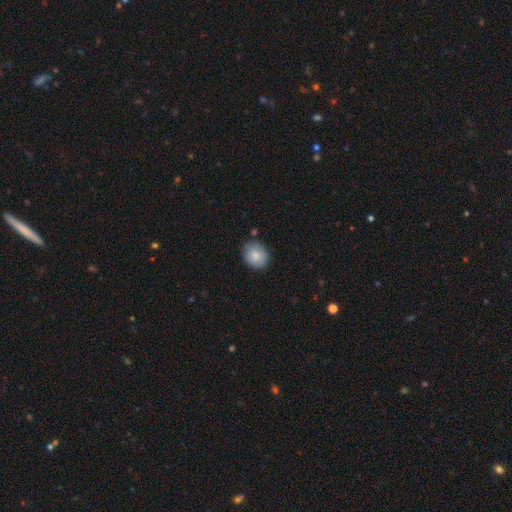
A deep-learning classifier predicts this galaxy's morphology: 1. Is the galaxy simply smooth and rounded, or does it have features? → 82% smooth, 10% featured or disk, 8% star or artifact.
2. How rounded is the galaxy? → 62% round, 37% in between, 1% cigar-shaped.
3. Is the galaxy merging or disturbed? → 78% none, 17% minor disturbance, 3% major disturbance, 2% merger.